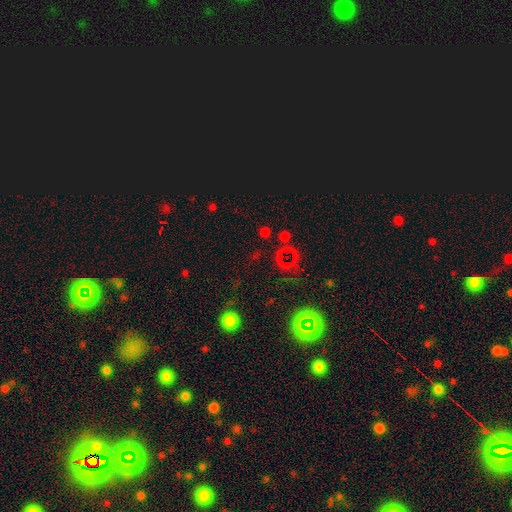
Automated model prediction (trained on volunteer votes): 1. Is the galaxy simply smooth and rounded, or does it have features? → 60% star or artifact, 31% smooth, 9% featured or disk.